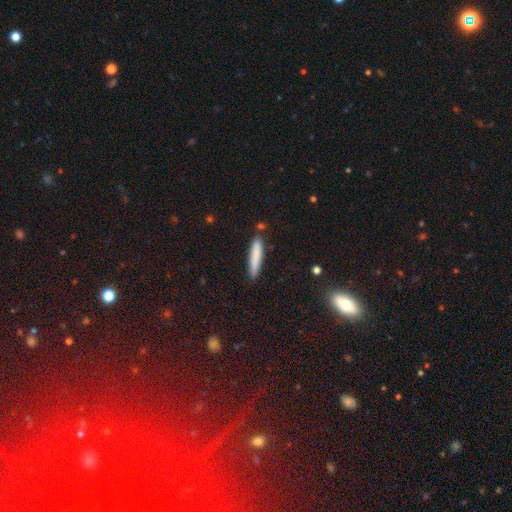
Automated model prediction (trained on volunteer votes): Smooth or featured?
  - smooth: 80% *
  - featured or disk: 14%
  - star or artifact: 6%
How rounded?
  - cigar-shaped: 91% *
  - in between: 7%
  - round: 1%
Merging?
  - none: 84% *
  - minor disturbance: 10%
  - merger: 4%
  - major disturbance: 2%